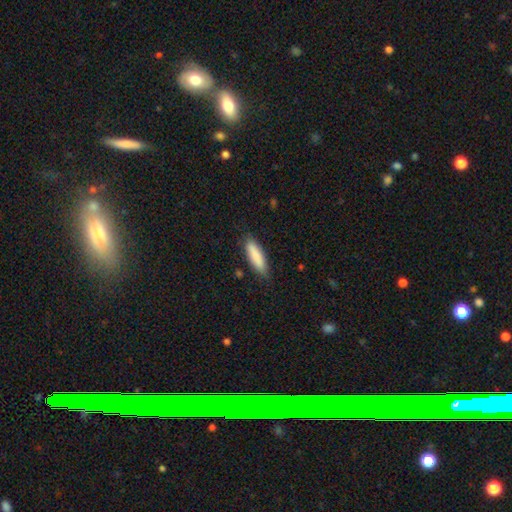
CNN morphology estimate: smooth-or-featured: smooth: 86% | featured or disk: 8% | star or artifact: 6%
  how-rounded: cigar-shaped: 60% | in between: 39% | round: 1%
  merging: none: 83% | minor disturbance: 14% | major disturbance: 2% | merger: 1%